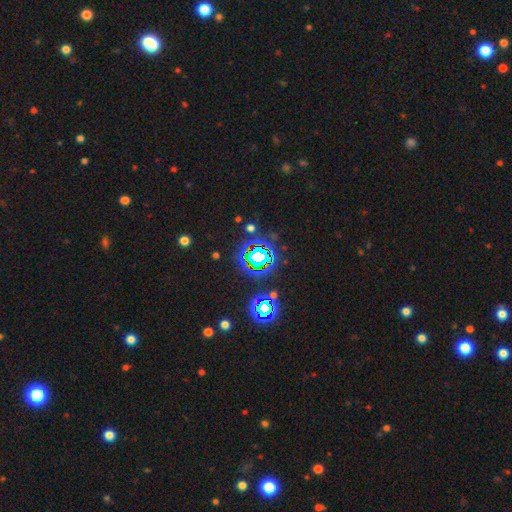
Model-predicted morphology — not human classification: type=star or artifact (73%).